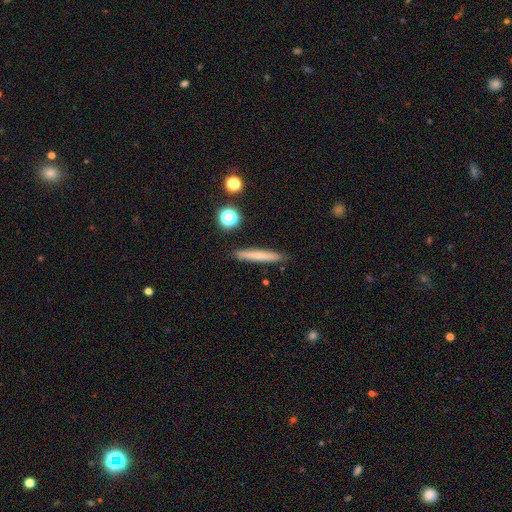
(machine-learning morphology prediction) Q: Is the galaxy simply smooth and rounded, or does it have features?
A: smooth — 64%.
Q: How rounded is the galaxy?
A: cigar-shaped — 94%.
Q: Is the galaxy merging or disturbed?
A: none — 90%.